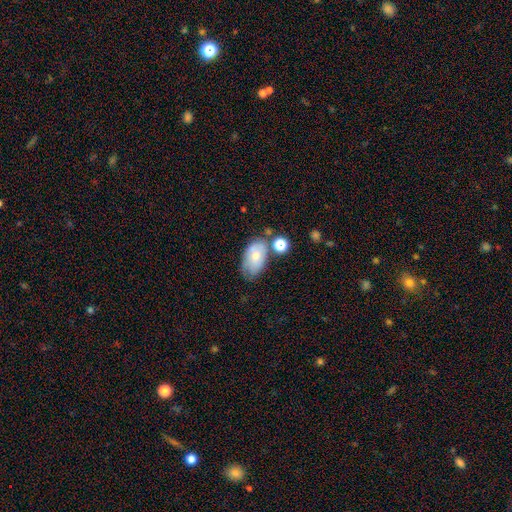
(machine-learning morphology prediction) This is likely a smooth galaxy (63%). How rounded: clearly in between (91%). Merging: possibly none (49%).